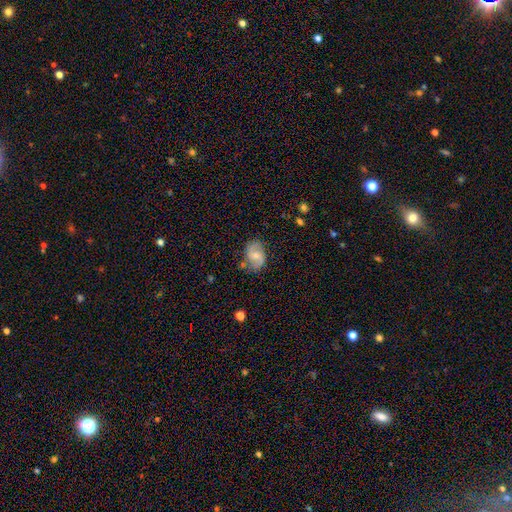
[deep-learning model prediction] Smooth or featured: featured or disk — 71% (smooth — 23%)
Edge-on disk: no — 98% (yes — 2%)
Bar: weak — 45% (no — 44%)
Spiral arms: yes — 92% (no — 8%)
Spiral winding: medium — 45% (loose — 38%)
Spiral arm count: 2 — 90% (can't tell — 5%)
Bulge size: small — 47% (moderate — 46%)
Merging: none — 73% (minor disturbance — 19%)